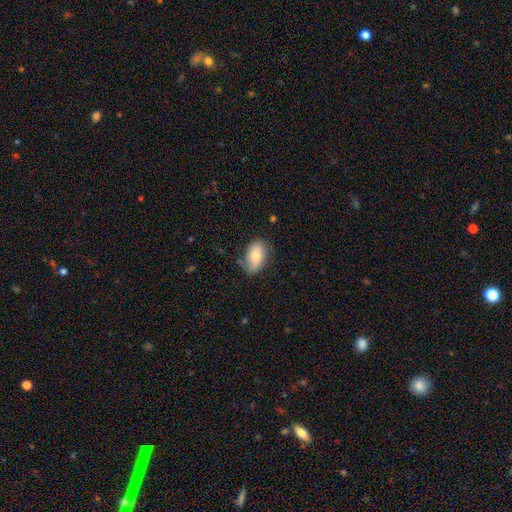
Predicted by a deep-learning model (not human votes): A smooth galaxy with no disk features (69%) that is in between round and cigar-shaped (91%).

Vote fractions:
- Smooth or featured? smooth: 69% / featured or disk: 25% / star or artifact: 7%
- How rounded? in between: 91% / round: 7% / cigar-shaped: 2%
- Merging? none: 64% / minor disturbance: 26% / major disturbance: 8% / merger: 2%